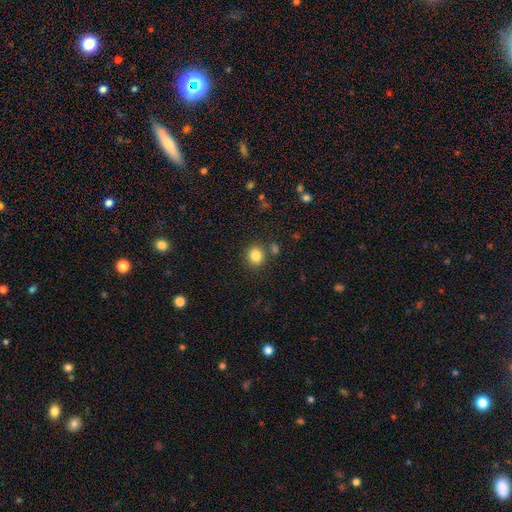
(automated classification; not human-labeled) A smooth galaxy with no disk features (84%) that is round (83%). Merging: none (80%).